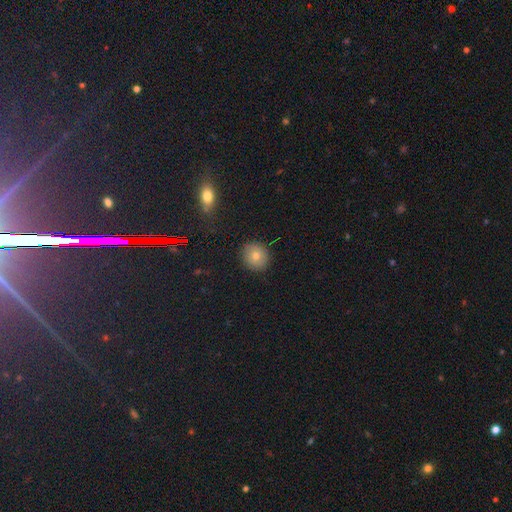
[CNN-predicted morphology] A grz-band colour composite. It shows a smooth galaxy with no disk features (73%) that is round (83%). Merging: none (89%).